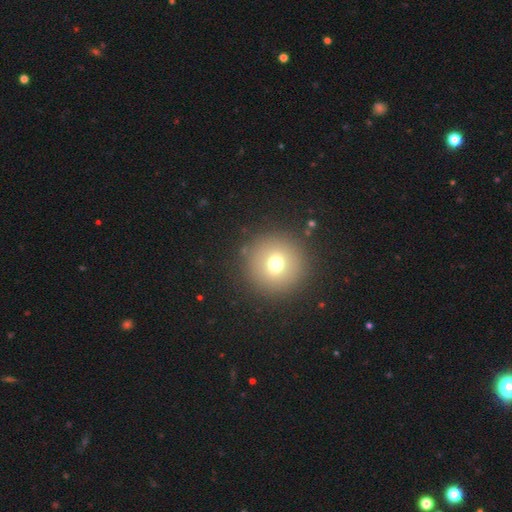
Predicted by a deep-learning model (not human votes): This is likely a smooth galaxy (69%). How rounded: clearly round (95%). Merging: clearly none (91%).